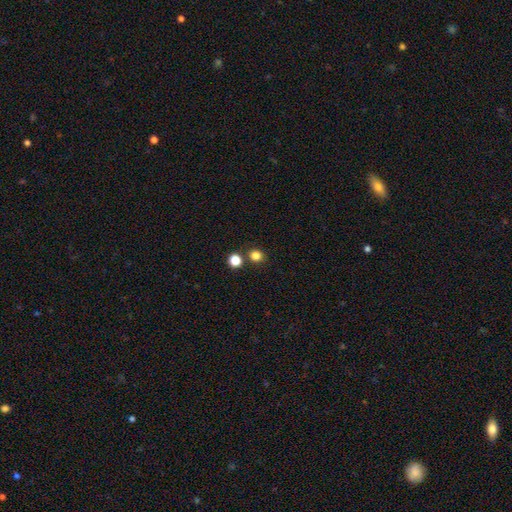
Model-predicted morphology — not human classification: A smooth galaxy with no disk features (81%) that is round (80%).

Vote fractions:
- Smooth or featured? smooth: 81% / star or artifact: 15% / featured or disk: 4%
- How rounded? round: 80% / in between: 19% / cigar-shaped: 1%
- Merging? none: 79% / merger: 11% / minor disturbance: 7% / major disturbance: 3%